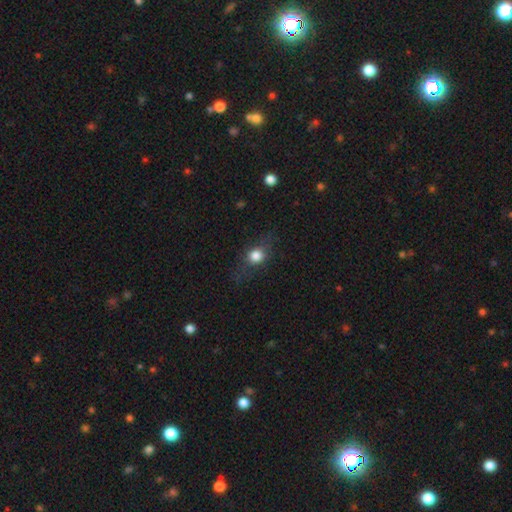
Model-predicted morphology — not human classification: smooth_or_featured: smooth (p=0.70) [alt: featured or disk p=0.19]
how_rounded: round (p=0.63) [alt: in between p=0.33]
merging: none (p=0.71) [alt: minor disturbance p=0.17]